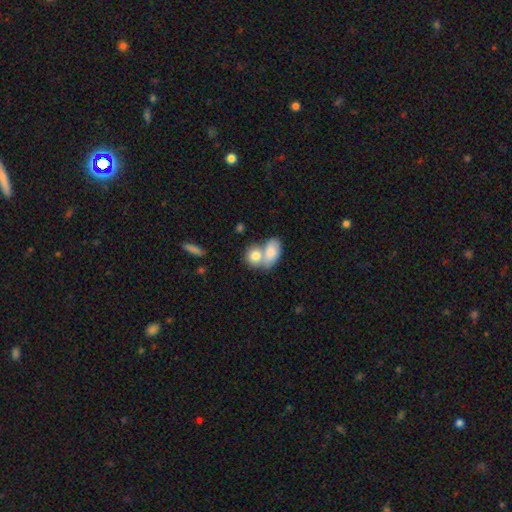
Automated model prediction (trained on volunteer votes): This appears to be a smooth galaxy with no disk features (80%) that is in between round and cigar-shaped (64%). Merging: merger (66%).